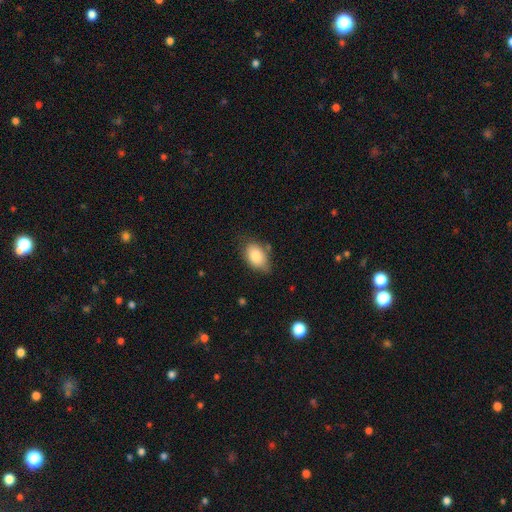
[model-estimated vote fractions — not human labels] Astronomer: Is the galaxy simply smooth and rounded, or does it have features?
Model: smooth — 83%.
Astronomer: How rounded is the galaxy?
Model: in between — 90%.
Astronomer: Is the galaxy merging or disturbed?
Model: none — 65%.